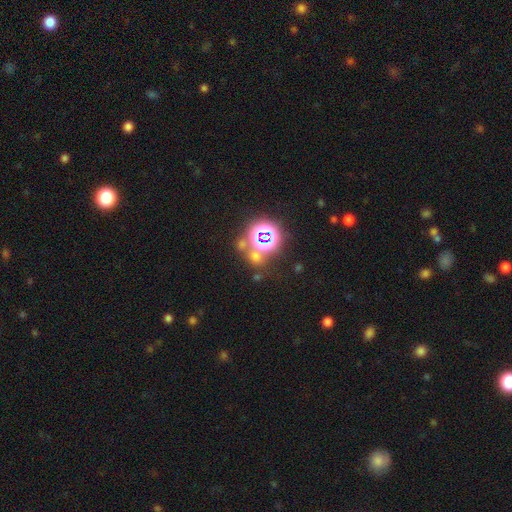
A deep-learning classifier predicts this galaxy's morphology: smooth_or_featured: star or artifact (p=0.52) [alt: smooth p=0.39]